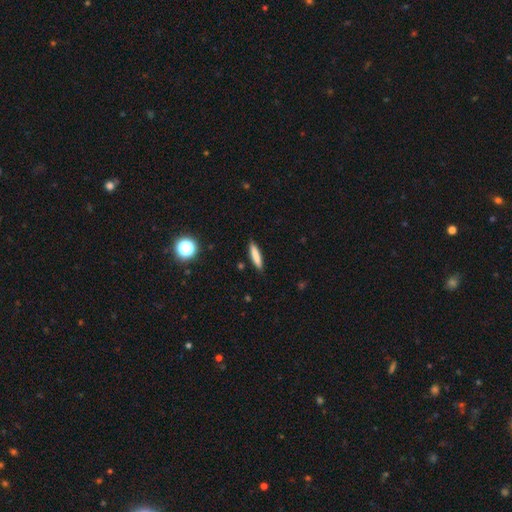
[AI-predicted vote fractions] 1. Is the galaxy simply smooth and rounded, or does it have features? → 81% smooth, 11% featured or disk, 8% star or artifact.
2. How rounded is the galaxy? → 85% cigar-shaped, 13% in between, 2% round.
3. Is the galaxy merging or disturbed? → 89% none, 8% minor disturbance, 2% major disturbance, 1% merger.